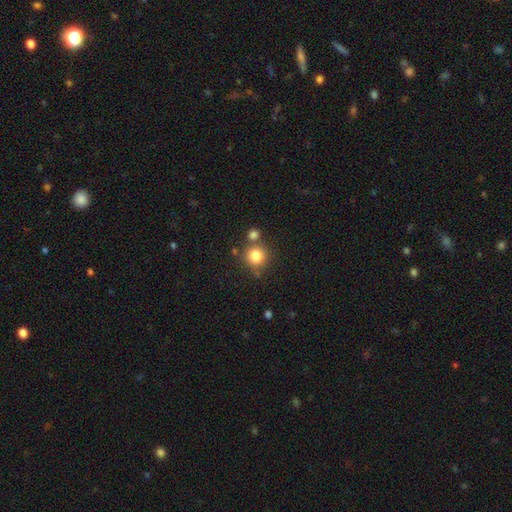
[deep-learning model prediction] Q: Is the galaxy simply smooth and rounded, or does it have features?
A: smooth — 82%.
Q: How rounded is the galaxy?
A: round — 92%.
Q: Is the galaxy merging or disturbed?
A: none — 71%.